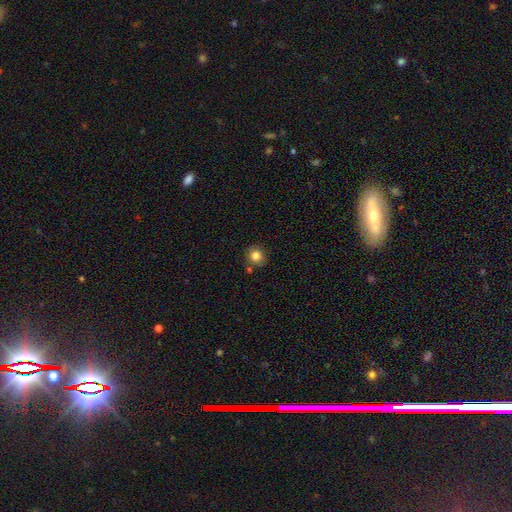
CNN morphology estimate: This is clearly a smooth galaxy (83%). How rounded: clearly round (89%). Merging: clearly none (81%).